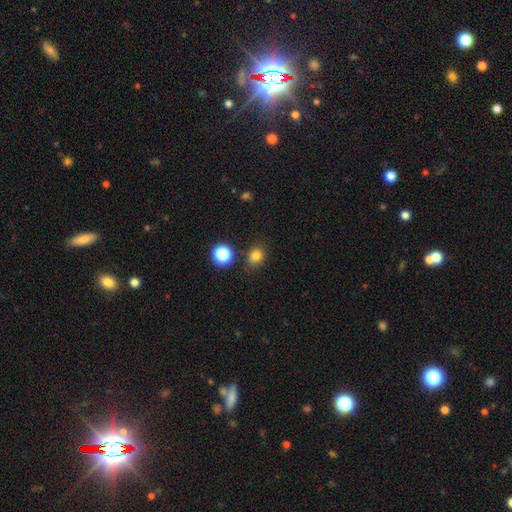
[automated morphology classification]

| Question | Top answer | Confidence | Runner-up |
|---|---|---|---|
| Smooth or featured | smooth | 78% | star or artifact (16%) |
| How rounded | round | 61% | in between (38%) |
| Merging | none | 80% | minor disturbance (12%) |